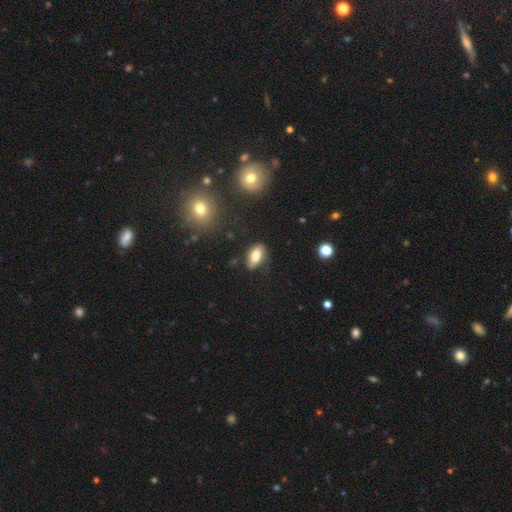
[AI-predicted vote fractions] A smooth galaxy with no disk features (72%) that is in between round and cigar-shaped (90%). Merging: none (72%).